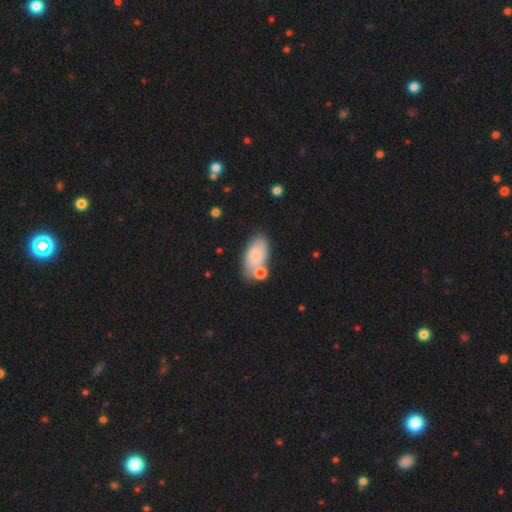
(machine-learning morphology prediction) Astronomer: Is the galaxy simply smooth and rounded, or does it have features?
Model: smooth — 71%.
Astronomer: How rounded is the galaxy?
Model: in between — 92%.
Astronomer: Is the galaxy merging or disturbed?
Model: none — 52%.